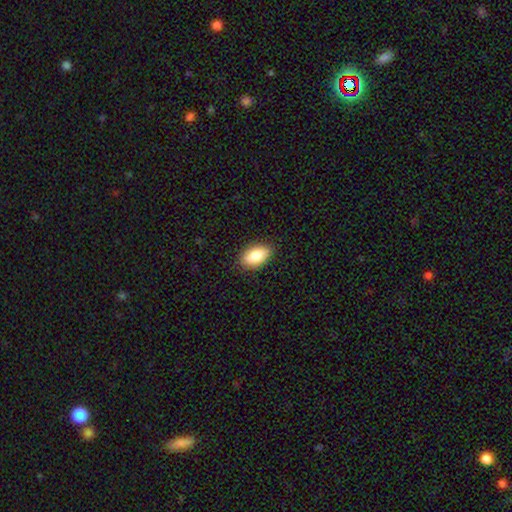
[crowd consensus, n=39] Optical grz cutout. It shows a smooth galaxy with no disk features (95%) that is in between round and cigar-shaped (95%). Merging: none (82%).